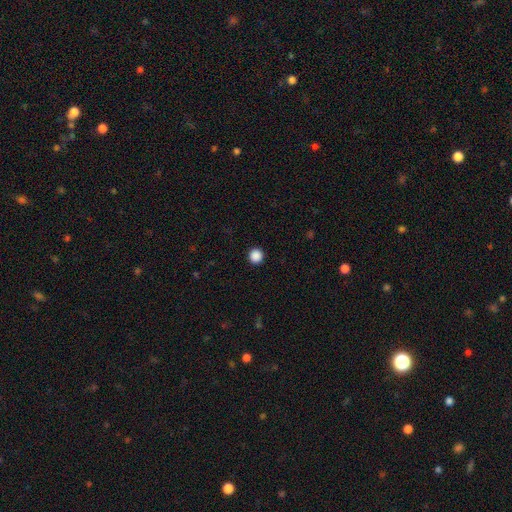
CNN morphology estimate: This is clearly a smooth galaxy (88%). How rounded: clearly round (95%). Merging: clearly none (93%).